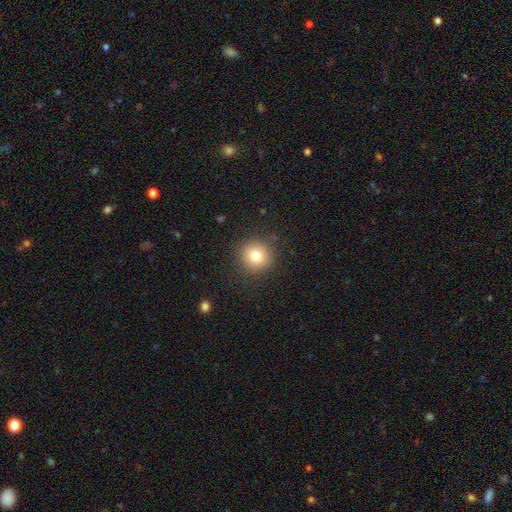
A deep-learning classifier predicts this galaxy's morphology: Smooth or featured: smooth — 79% (star or artifact — 12%)
How rounded: round — 93% (in between — 6%)
Merging: none — 89% (minor disturbance — 7%)